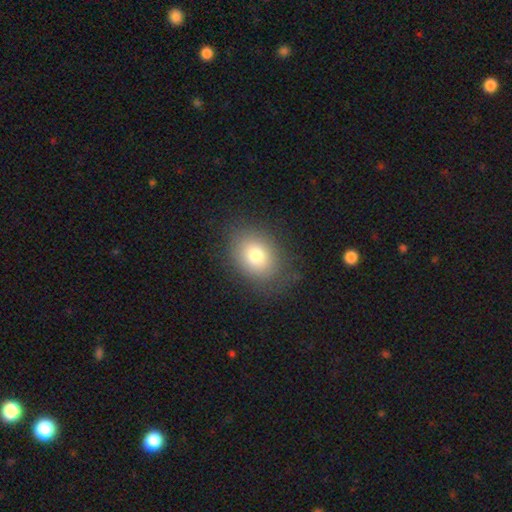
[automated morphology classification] Smooth or featured? Predicted: smooth (p=0.77). How rounded? Predicted: in between (p=0.61). Merging? Predicted: none (p=0.80).